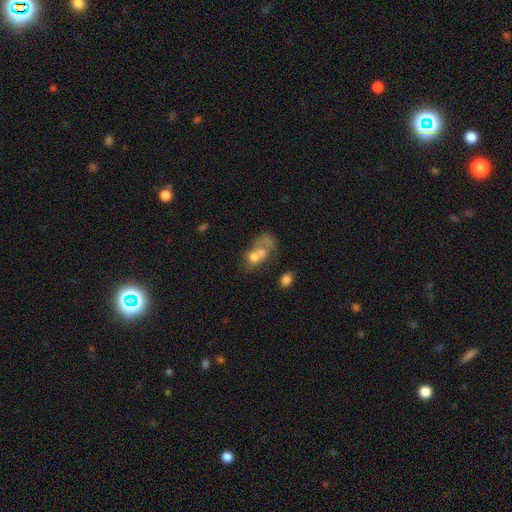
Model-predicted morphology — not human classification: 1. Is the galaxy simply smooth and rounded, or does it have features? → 52% smooth, 34% featured or disk, 14% star or artifact.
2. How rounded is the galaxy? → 63% in between, 34% round, 3% cigar-shaped.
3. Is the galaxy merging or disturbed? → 57% merger, 18% none, 17% major disturbance, 8% minor disturbance.